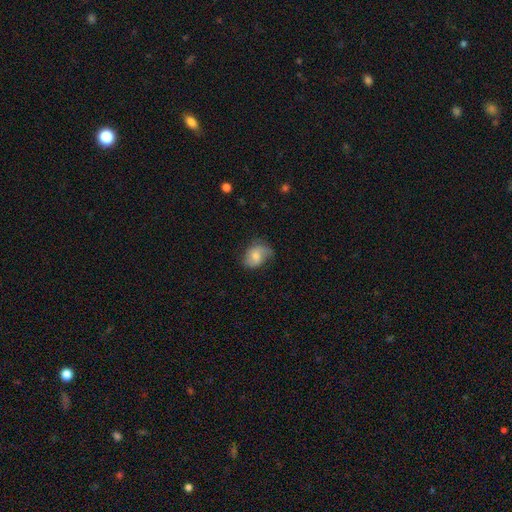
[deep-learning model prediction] Smooth or featured: smooth — 55% (featured or disk — 38%)
How rounded: in between — 69% (round — 30%)
Merging: none — 54% (minor disturbance — 32%)